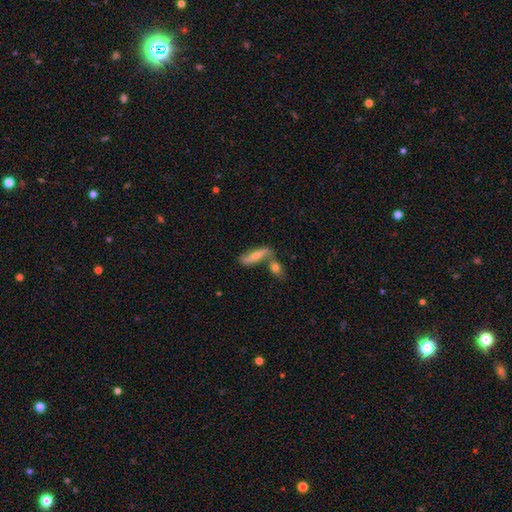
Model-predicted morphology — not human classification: Overall: featured or disk (53%; smooth 38%). Edge-on disk: no (51%; yes 49%). Merging: none (48%; merger 34%).